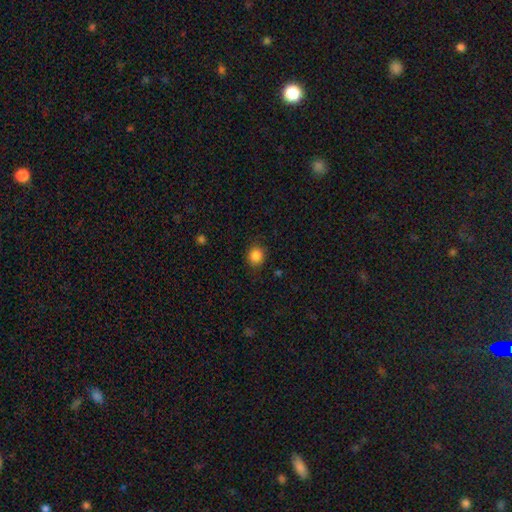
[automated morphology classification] smooth 86%, star or artifact 11%, featured or disk 3%. Down the decision tree: how rounded — round (84%); merging — none (84%).